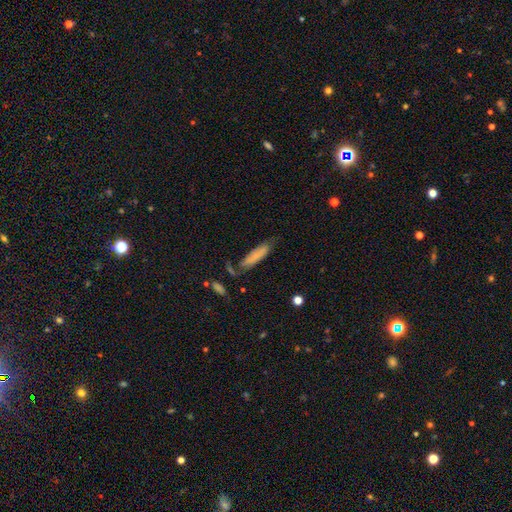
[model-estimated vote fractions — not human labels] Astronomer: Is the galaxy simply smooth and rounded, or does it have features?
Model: smooth — 70%.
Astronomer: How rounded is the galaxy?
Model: cigar-shaped — 73%.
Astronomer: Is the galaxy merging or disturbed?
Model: none — 61%.